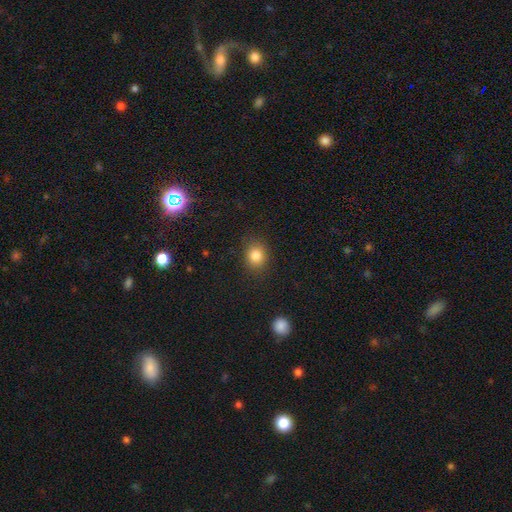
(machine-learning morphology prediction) The model was most divided on "how rounded": round: 62%, in between: 37%, cigar-shaped: 1%. More confident: merging — none (86%); smooth or featured — smooth (83%).